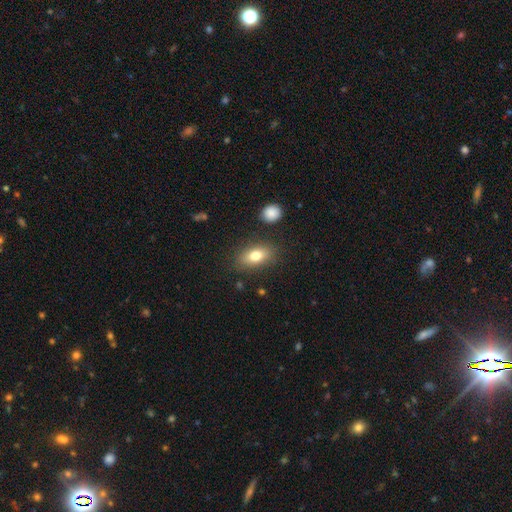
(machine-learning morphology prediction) A smooth galaxy with no disk features (77%) that is in between round and cigar-shaped (85%). Merging: none (82%).